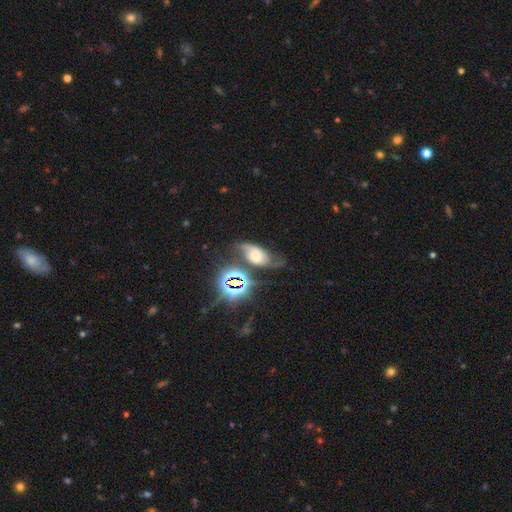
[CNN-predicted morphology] Overall: featured or disk (55%; smooth 25%). Edge-on disk: no (89%). Merging: none (47%; minor disturbance 26%).